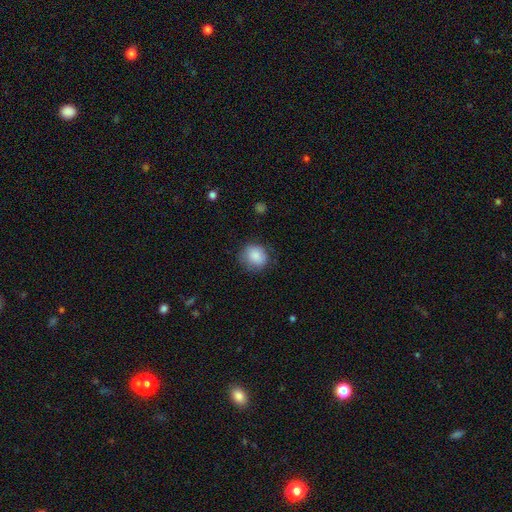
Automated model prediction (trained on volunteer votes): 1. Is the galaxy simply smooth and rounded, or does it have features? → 85% smooth, 8% star or artifact, 7% featured or disk.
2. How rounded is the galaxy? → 80% round, 19% in between, 1% cigar-shaped.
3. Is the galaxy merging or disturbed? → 74% none, 19% minor disturbance, 6% major disturbance, 1% merger.